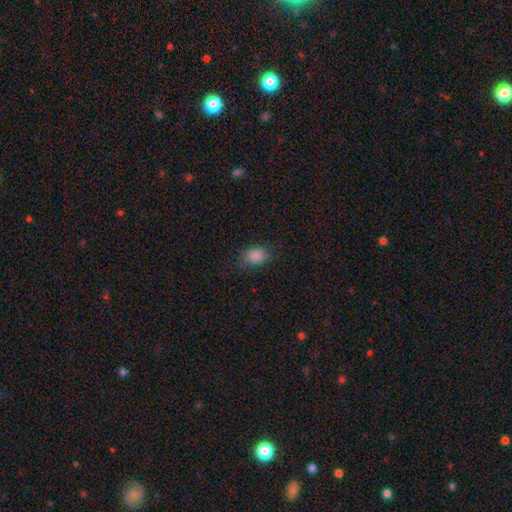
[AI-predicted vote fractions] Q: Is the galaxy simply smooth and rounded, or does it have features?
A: smooth — 86%.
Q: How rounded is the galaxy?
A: in between — 77%.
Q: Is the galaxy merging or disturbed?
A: none — 76%.